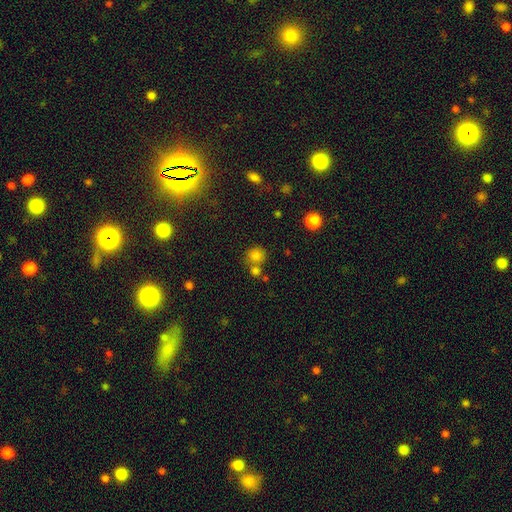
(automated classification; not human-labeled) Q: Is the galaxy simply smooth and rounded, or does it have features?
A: smooth — 78%.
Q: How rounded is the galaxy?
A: round — 86%.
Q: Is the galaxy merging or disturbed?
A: none — 60%.